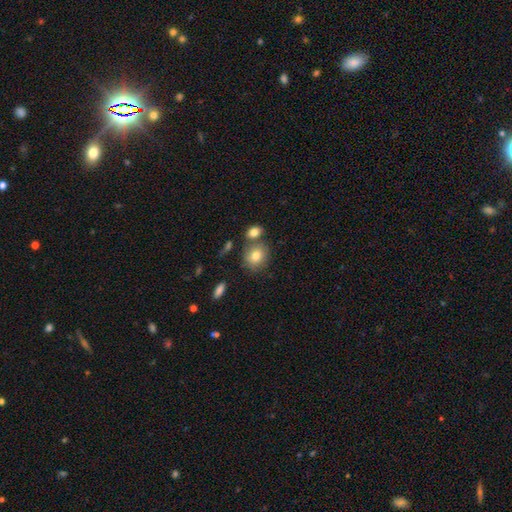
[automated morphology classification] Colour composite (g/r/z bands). It shows a smooth galaxy with no disk features (79%) that is round (73%). Merging: none (65%).